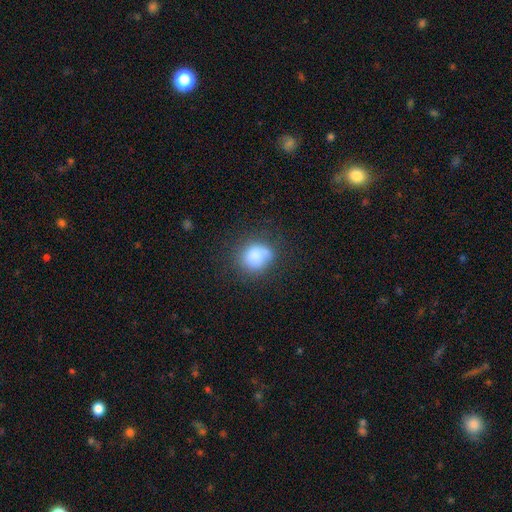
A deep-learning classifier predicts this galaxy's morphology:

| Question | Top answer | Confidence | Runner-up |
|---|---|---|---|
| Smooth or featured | smooth | 80% | featured or disk (11%) |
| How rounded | round | 73% | in between (26%) |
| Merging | none | 59% | minor disturbance (24%) |